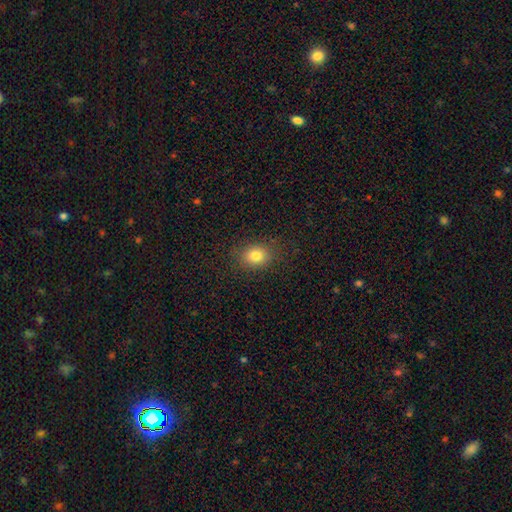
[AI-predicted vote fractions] Smooth or featured? smooth (81%)
How rounded? in between (57%)
Merging? none (85%)